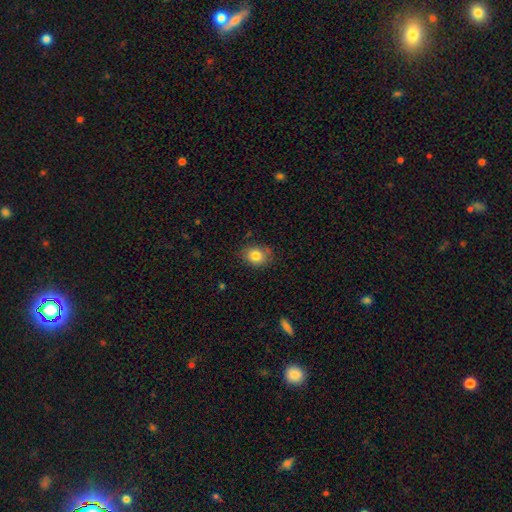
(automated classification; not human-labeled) A smooth galaxy with no disk features (82%) that is round (50%). Merging: none (76%).